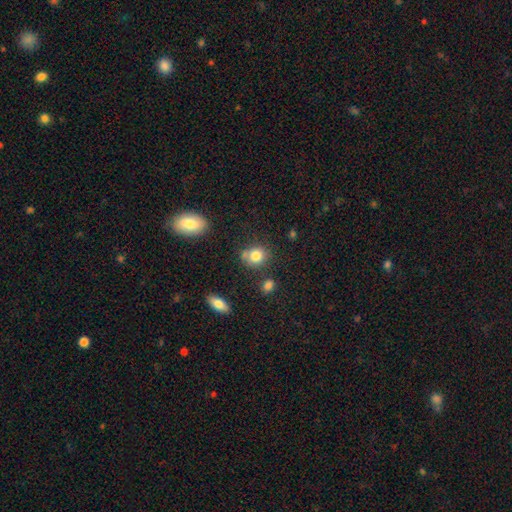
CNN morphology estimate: type=smooth (81%); roundness=round (69%); merging=none (67%).